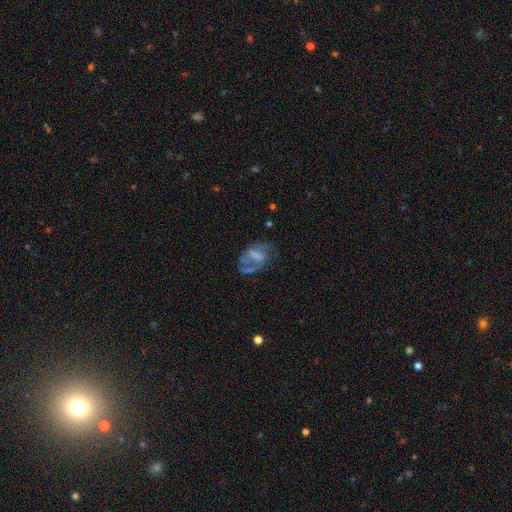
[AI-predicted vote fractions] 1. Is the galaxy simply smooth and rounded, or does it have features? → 58% featured or disk, 32% smooth, 10% star or artifact.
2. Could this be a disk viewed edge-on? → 97% no, 3% yes.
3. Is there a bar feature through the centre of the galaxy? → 46% no, 38% weak, 16% strong.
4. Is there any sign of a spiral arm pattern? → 57% yes, 43% no.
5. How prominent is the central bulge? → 43% none, 23% moderate, 18% small, 14% large, 2% dominant.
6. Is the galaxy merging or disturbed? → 36% none, 34% major disturbance, 22% minor disturbance, 8% merger.